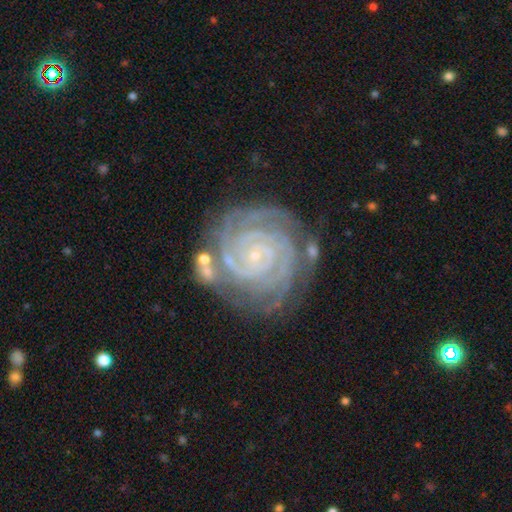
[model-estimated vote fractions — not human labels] This is clearly a featured or disk galaxy (91%). It is clearly not viewed edge-on (98%). Bar: likely no (72%). Spiral arm pattern: clearly yes (99%). Spiral arm count: marginally 2 (29%). Spiral winding: clearly tight (88%). Central bulge: clearly small (90%). Merging: likely none (73%).